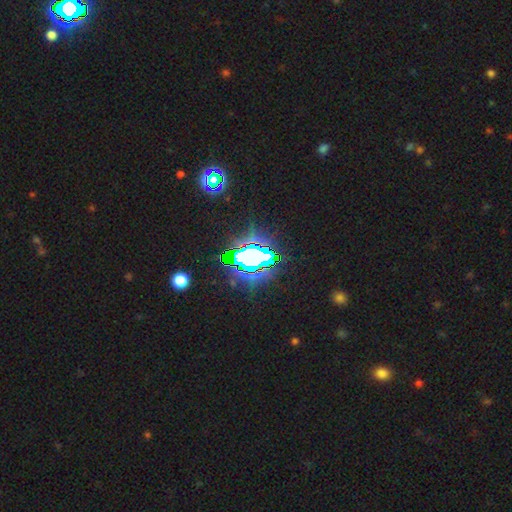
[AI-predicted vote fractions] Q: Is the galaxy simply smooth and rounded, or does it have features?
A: star or artifact — 84%.